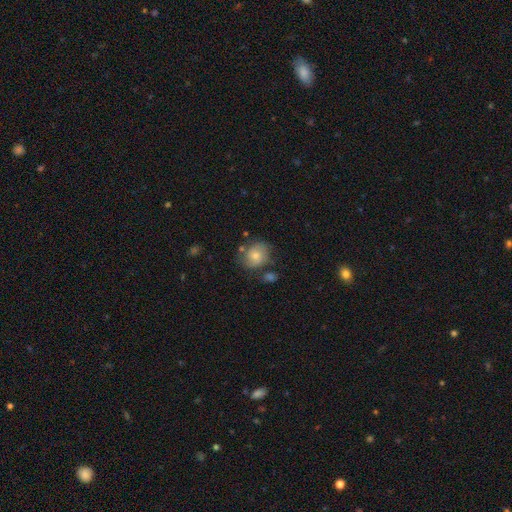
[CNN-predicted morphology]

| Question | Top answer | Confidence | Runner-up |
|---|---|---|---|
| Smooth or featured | smooth | 66% | featured or disk (25%) |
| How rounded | round | 67% | in between (32%) |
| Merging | none | 62% | minor disturbance (21%) |